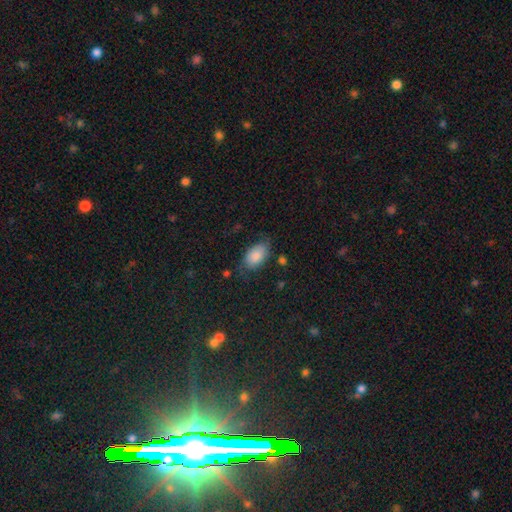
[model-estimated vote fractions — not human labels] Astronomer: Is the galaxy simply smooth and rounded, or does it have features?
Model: smooth — 84%.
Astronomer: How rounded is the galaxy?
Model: in between — 93%.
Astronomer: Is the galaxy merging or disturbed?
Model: none — 65%.